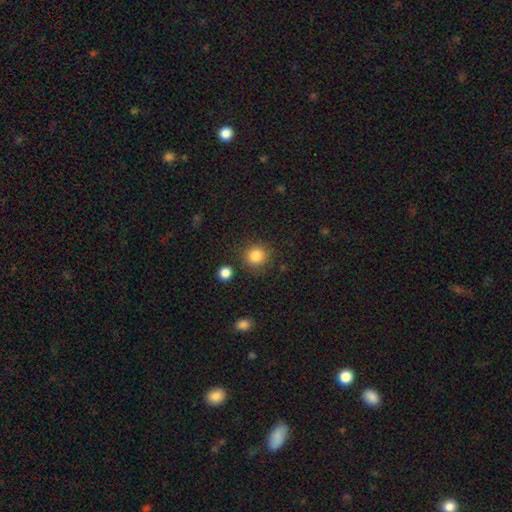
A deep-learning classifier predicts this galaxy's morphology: This is clearly a smooth galaxy (85%). How rounded: clearly round (90%). Merging: clearly none (85%).